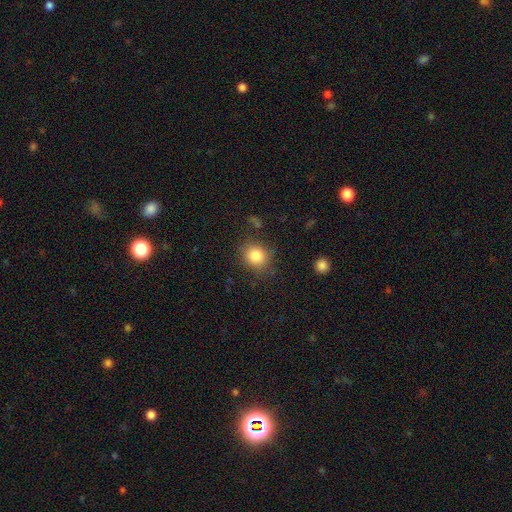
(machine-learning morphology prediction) The model was most divided on "how rounded": round: 77%, in between: 23%, cigar-shaped: 1%. More confident: smooth or featured — smooth (84%); merging — none (79%).